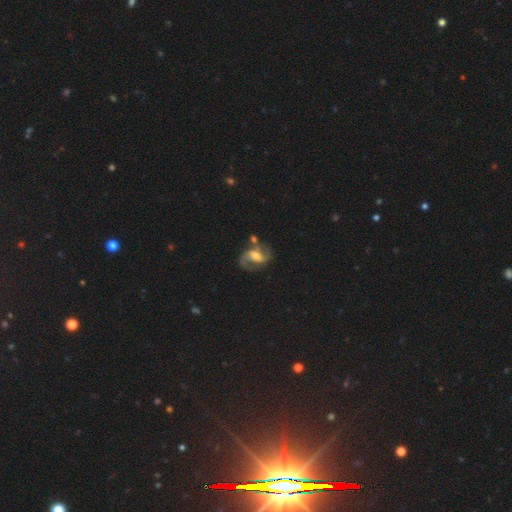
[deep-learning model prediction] smooth_or_featured: featured or disk (p=0.83) [alt: smooth p=0.12]
disk_edge_on: no (p=0.97) [alt: yes p=0.03]
bar: weak (p=0.47) [alt: strong p=0.31]
has_spiral_arms: yes (p=0.94) [alt: no p=0.06]
spiral_winding: medium (p=0.49) [alt: loose p=0.37]
spiral_arm_count: 2 (p=0.85) [alt: 1 p=0.07]
bulge_size: moderate (p=0.60) [alt: small p=0.27]
merging: none (p=0.58) [alt: minor disturbance p=0.18]